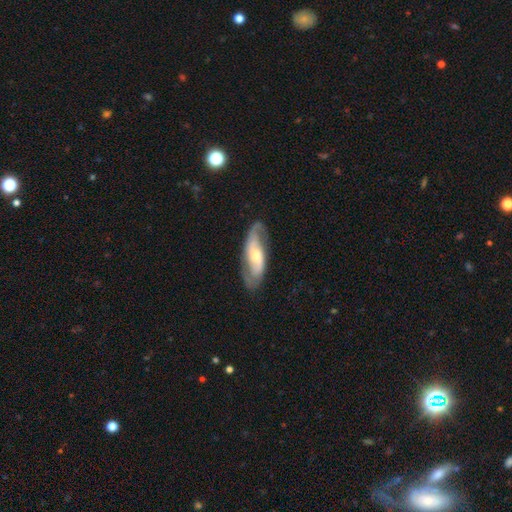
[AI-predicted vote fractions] Q: Smooth or featured?
A: featured or disk (76%); runner-up: smooth (19%)
Q: Edge-on disk?
A: no (89%); runner-up: yes (11%)
Q: Bar?
A: no (42%); runner-up: weak (38%)
Q: Spiral arms?
A: yes (90%); runner-up: no (10%)
Q: Spiral winding?
A: medium (42%); runner-up: loose (37%)
Q: Spiral arm count?
A: 2 (85%); runner-up: can't tell (8%)
Q: Bulge size?
A: moderate (56%); runner-up: small (33%)
Q: Merging?
A: none (75%); runner-up: minor disturbance (17%)